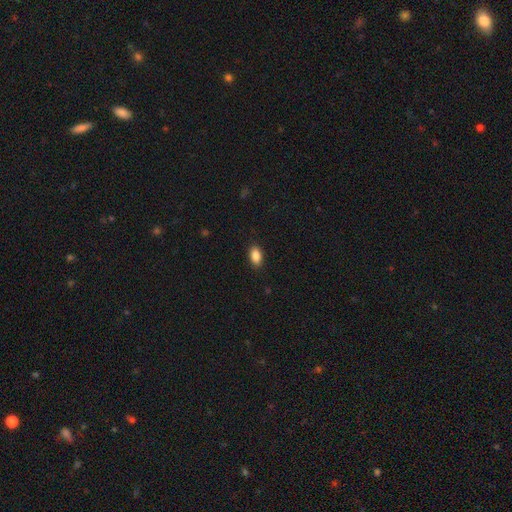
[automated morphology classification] smooth_or_featured: smooth (p=0.88) [alt: star or artifact p=0.08]
how_rounded: in between (p=0.91) [alt: round p=0.06]
merging: none (p=0.88) [alt: minor disturbance p=0.09]